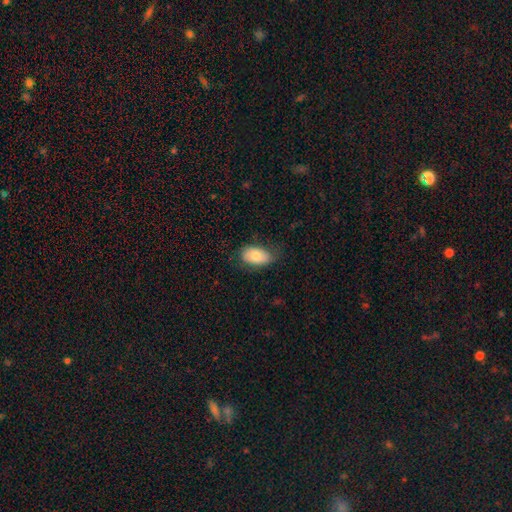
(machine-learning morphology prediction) Smooth or featured: smooth — 77% (featured or disk — 17%)
How rounded: in between — 93% (round — 6%)
Merging: none — 65% (minor disturbance — 26%)